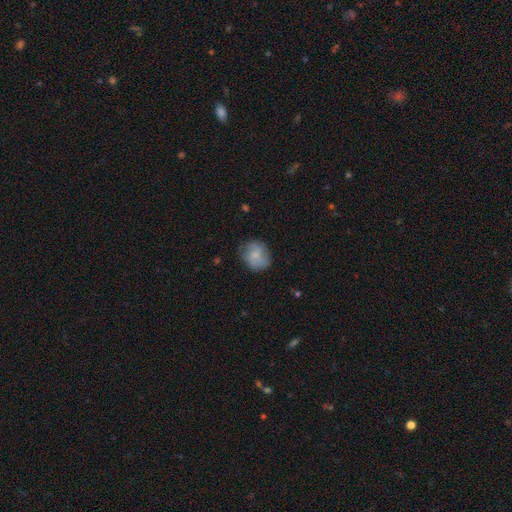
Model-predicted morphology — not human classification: This is likely a smooth galaxy (65%). How rounded: likely round (66%). Merging: likely none (70%).